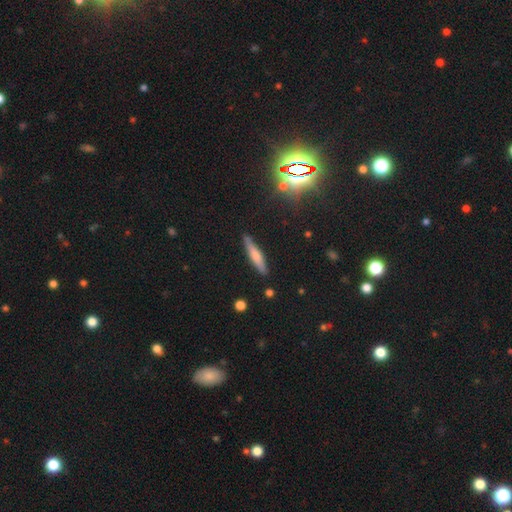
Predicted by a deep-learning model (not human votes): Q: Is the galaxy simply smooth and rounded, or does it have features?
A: smooth — 59%.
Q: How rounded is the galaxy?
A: cigar-shaped — 89%.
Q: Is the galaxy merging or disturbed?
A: none — 87%.